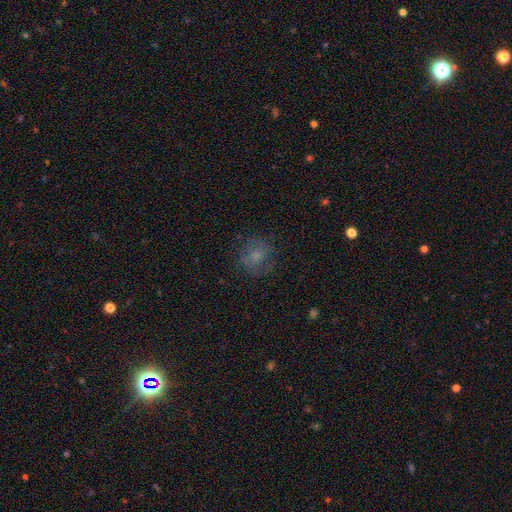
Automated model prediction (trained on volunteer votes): Q: Smooth or featured?
A: smooth (66%); runner-up: featured or disk (20%)
Q: How rounded?
A: round (79%); runner-up: in between (20%)
Q: Merging?
A: none (75%); runner-up: minor disturbance (16%)